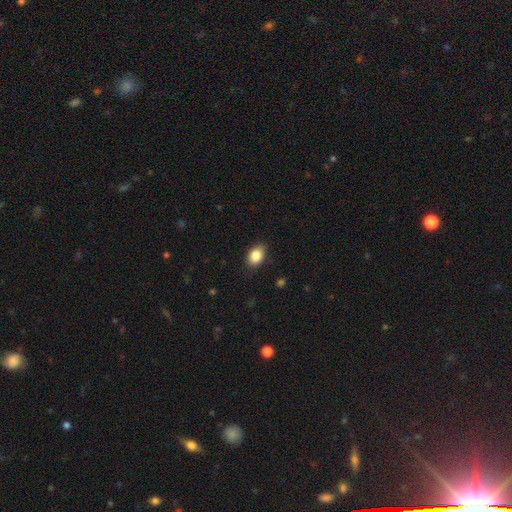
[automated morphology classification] Smooth or featured: smooth — 86% (star or artifact — 8%)
How rounded: in between — 82% (round — 17%)
Merging: none — 82% (minor disturbance — 14%)